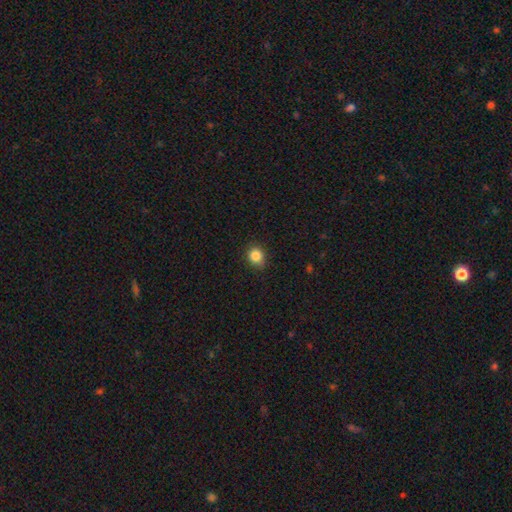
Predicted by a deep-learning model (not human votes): Morphology: type=smooth (85%); roundness=round (76%); merging=none (84%).